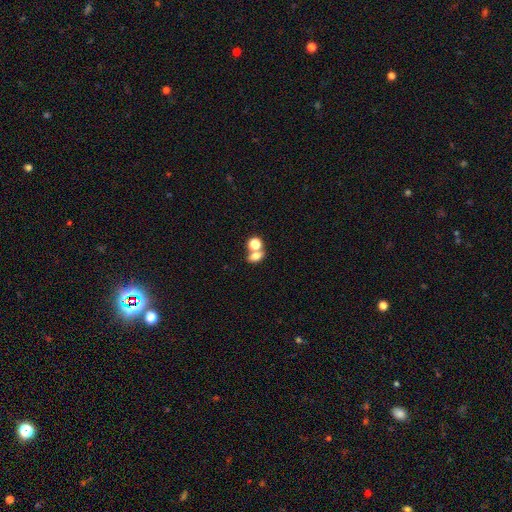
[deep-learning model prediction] Smooth or featured? smooth (74%)
How rounded? in between (65%)
Merging? merger (46%)